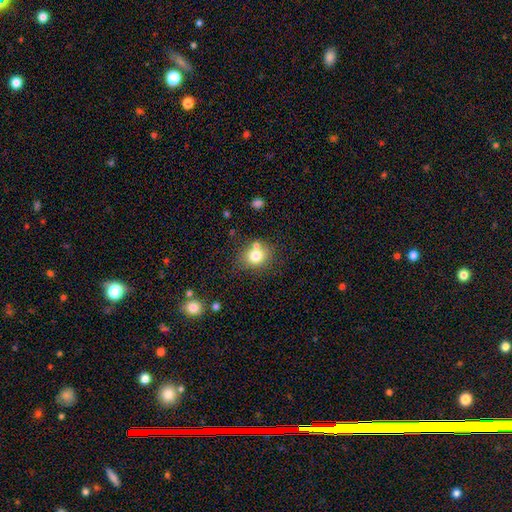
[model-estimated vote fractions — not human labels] Overall: smooth (76%). How rounded: round (65%; in between 34%). Merging: none (62%).